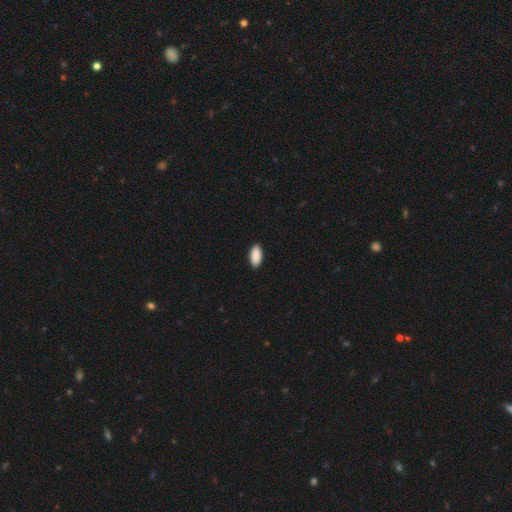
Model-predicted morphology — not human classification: Smooth or featured? smooth (91%)
How rounded? in between (92%)
Merging? none (91%)